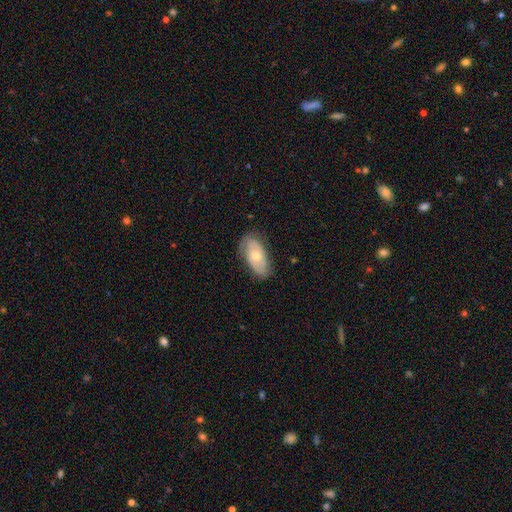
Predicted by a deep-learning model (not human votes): smooth_or_featured: featured or disk (p=0.57) [alt: smooth p=0.36]
disk_edge_on: no (p=0.90) [alt: yes p=0.10]
bar: no (p=0.70) [alt: weak p=0.24]
has_spiral_arms: yes (p=0.71) [alt: no p=0.29]
bulge_size: moderate (p=0.58) [alt: small p=0.38]
merging: none (p=0.75) [alt: minor disturbance p=0.19]